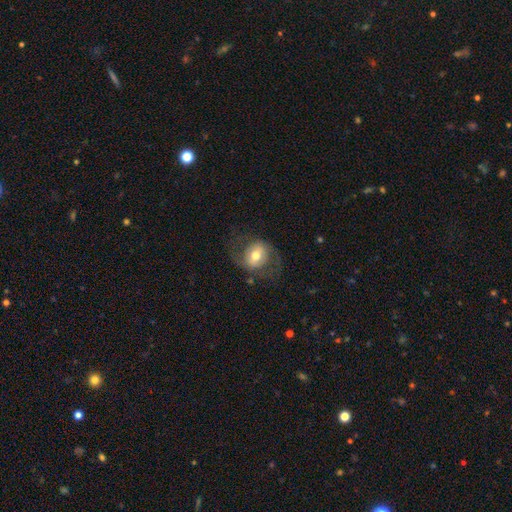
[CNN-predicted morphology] Q: Smooth or featured?
A: featured or disk (47%); runner-up: smooth (45%)
Q: Merging?
A: none (65%); runner-up: minor disturbance (17%)